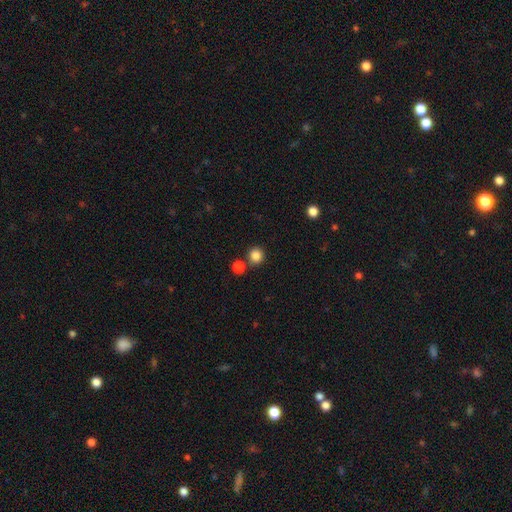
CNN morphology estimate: This appears to be a smooth galaxy with no disk features (84%) that is round (91%). Merging: none (79%).